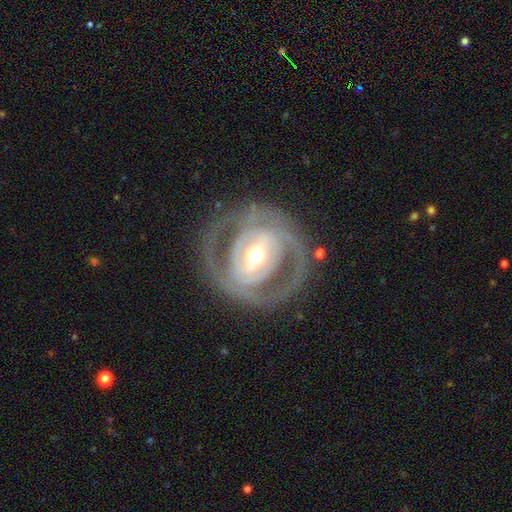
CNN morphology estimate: Smooth or featured? Predicted: featured or disk (p=0.82). Edge-on disk? Predicted: no (p=0.96). Bar? Predicted: strong (p=0.41). Spiral arms? Predicted: yes (p=0.72). Spiral winding? Predicted: tight (p=0.52). Spiral arm count? Predicted: 2 (p=0.67). Bulge size? Predicted: moderate (p=0.69). Merging? Predicted: none (p=0.74).